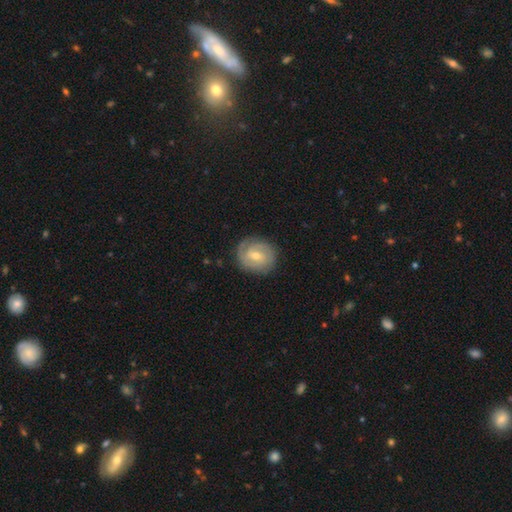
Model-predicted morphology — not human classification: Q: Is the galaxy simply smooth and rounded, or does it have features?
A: featured or disk — 74%.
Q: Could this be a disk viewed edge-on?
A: no — 97%.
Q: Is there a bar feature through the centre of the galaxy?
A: weak — 50%.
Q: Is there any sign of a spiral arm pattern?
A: yes — 90%.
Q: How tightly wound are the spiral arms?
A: tight — 67%.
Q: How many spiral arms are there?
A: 2 — 51%.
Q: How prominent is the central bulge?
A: moderate — 54%.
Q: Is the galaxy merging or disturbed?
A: none — 81%.